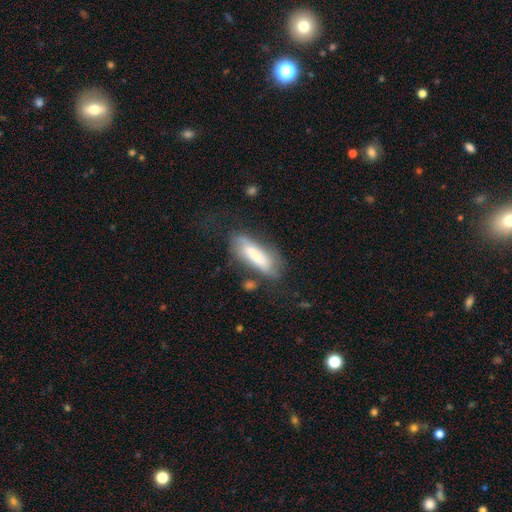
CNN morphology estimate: Overall: smooth (66%; featured or disk 27%). How rounded: in between (55%; cigar-shaped 43%). Merging: none (56%; minor disturbance 25%).